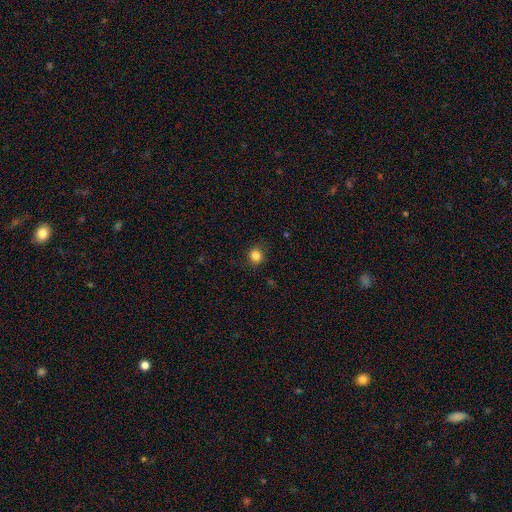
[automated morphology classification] A smooth galaxy with no disk features (84%) that is round (89%).

Vote fractions:
- Smooth or featured? smooth: 84% / star or artifact: 12% / featured or disk: 4%
- How rounded? round: 89% / in between: 10% / cigar-shaped: 1%
- Merging? none: 88% / minor disturbance: 8% / major disturbance: 3% / merger: 1%